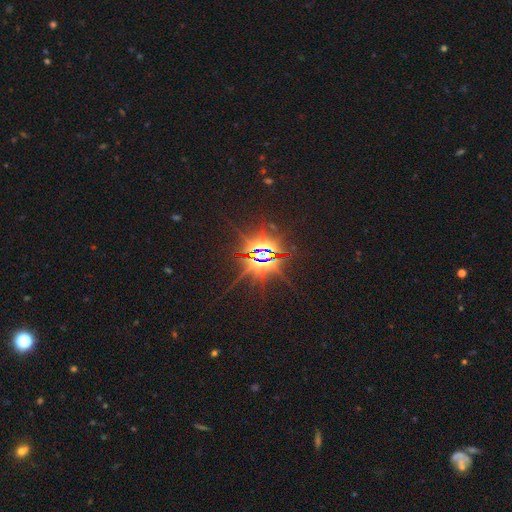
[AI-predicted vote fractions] This is clearly a star or artifact rather than a galaxy (84%).